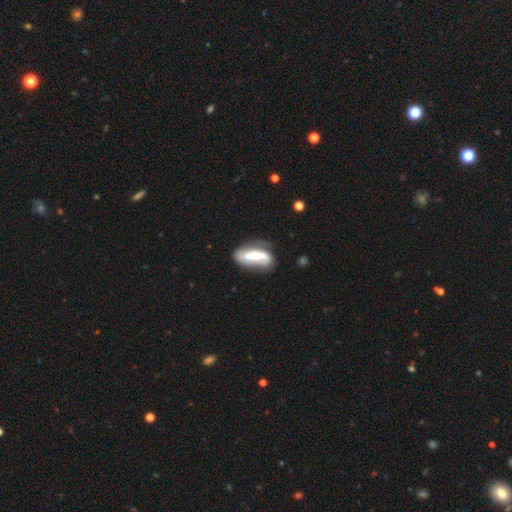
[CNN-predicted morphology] This appears to be a featured or disk galaxy (73%) with no bar (38%), spiral arms (77%) and a moderate central bulge (64%). Merging: none (56%).